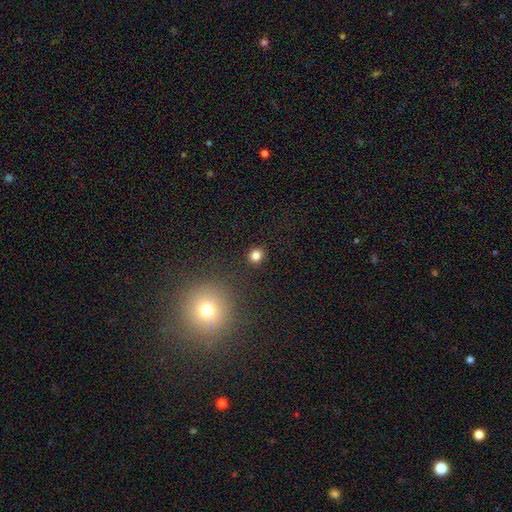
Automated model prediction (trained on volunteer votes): This appears to be a smooth galaxy with no disk features (81%) that is round (87%). Merging: none (89%).